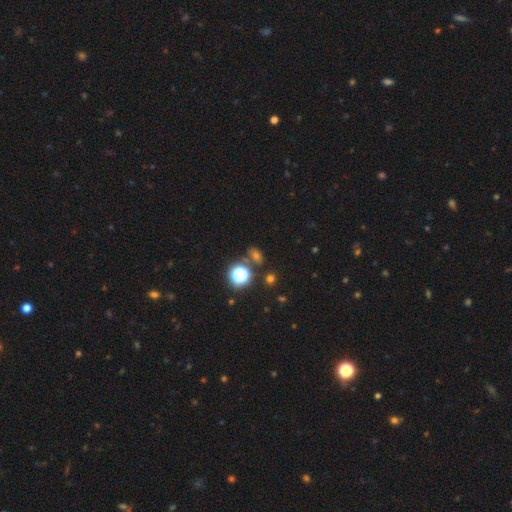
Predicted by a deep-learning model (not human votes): The model was most divided on "smooth or featured": smooth: 49%, star or artifact: 42%, featured or disk: 9%. More confident: merging — none (74%).